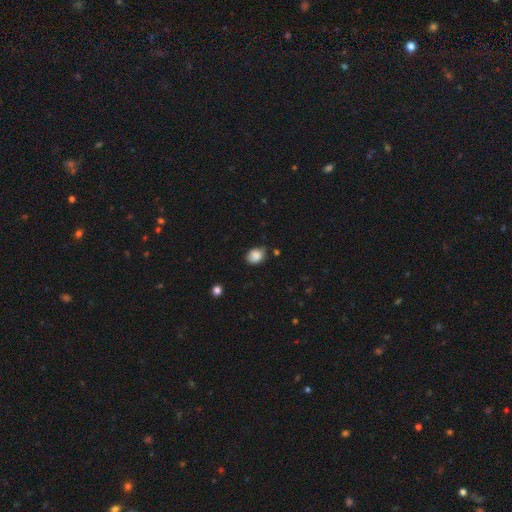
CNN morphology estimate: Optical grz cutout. It shows a smooth galaxy with no disk features (85%) that is in between round and cigar-shaped (57%). Merging: none (62%).